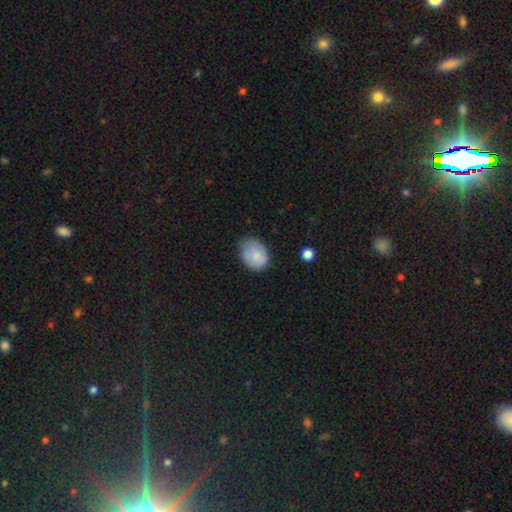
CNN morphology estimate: Smooth or featured?
  - smooth: 79% *
  - featured or disk: 14%
  - star or artifact: 7%
How rounded?
  - in between: 68% *
  - round: 31%
  - cigar-shaped: 1%
Merging?
  - none: 62% *
  - minor disturbance: 30%
  - major disturbance: 6%
  - merger: 2%